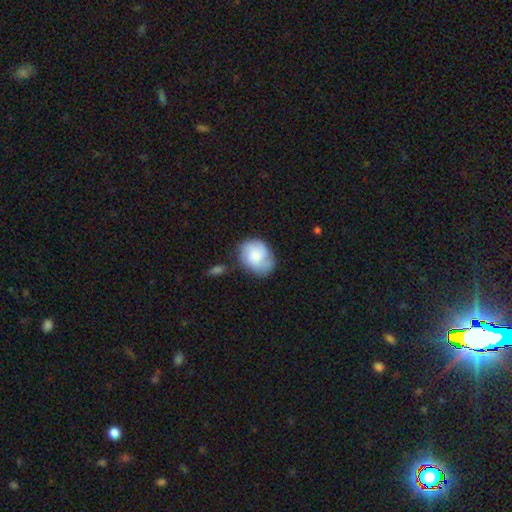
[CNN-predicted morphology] type=smooth (54%); roundness=in between (50%); merging=none (58%).